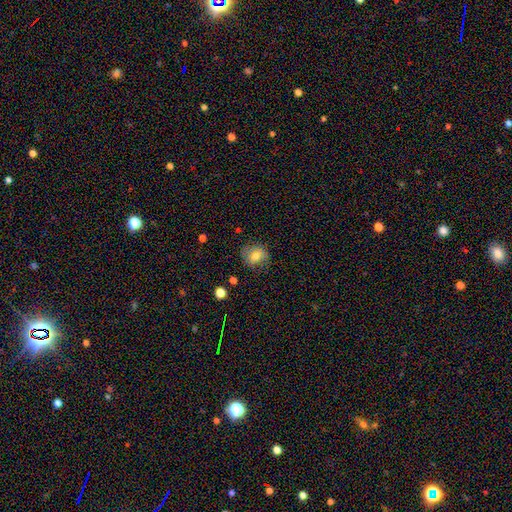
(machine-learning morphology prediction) A smooth galaxy with no disk features (72%) that is round (68%).

Vote fractions:
- Smooth or featured? smooth: 72% / featured or disk: 18% / star or artifact: 10%
- How rounded? round: 68% / in between: 31% / cigar-shaped: 1%
- Merging? none: 74% / minor disturbance: 19% / major disturbance: 6% / merger: 1%